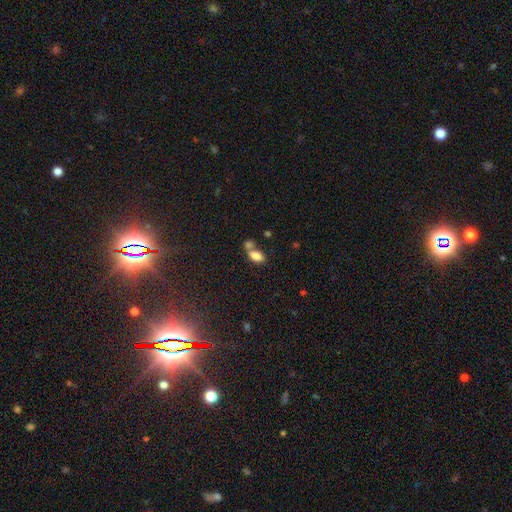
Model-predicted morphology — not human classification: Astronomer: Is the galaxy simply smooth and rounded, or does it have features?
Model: smooth — 81%.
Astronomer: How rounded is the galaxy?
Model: in between — 90%.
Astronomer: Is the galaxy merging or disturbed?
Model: merger — 46% (runner-up: none, 39%).